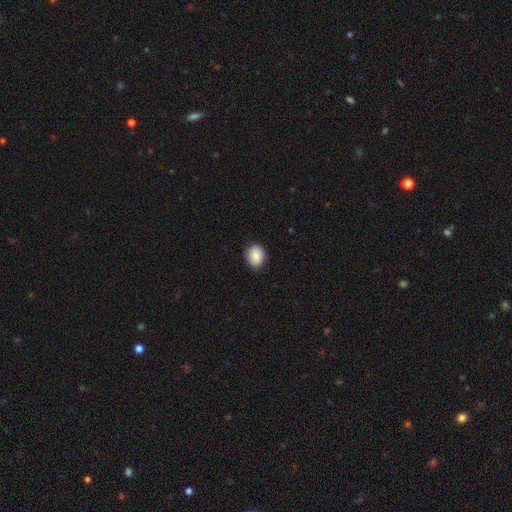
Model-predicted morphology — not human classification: type=smooth (87%); roundness=in between (53%); merging=none (87%).